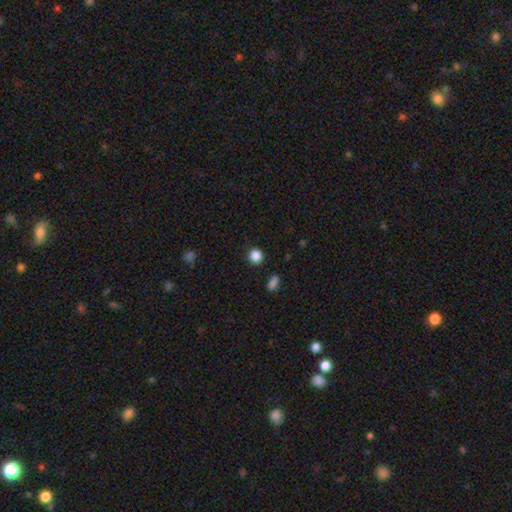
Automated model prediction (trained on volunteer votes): This is clearly a smooth galaxy (86%). How rounded: clearly round (91%). Merging: clearly none (89%).